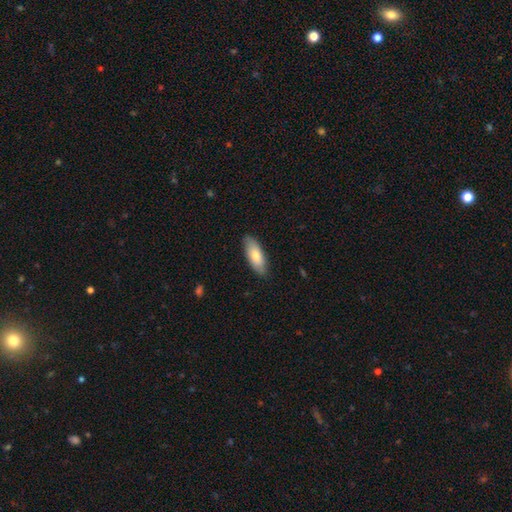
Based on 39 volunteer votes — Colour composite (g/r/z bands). It shows a smooth galaxy with no disk features (74%) that is in between round and cigar-shaped (90%). Merging: none (92%).